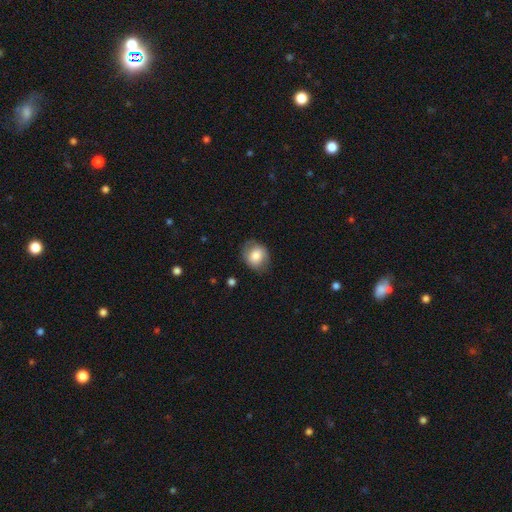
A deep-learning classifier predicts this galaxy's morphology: This appears to be a smooth galaxy with no disk features (74%) that is round (58%). Merging: none (74%).